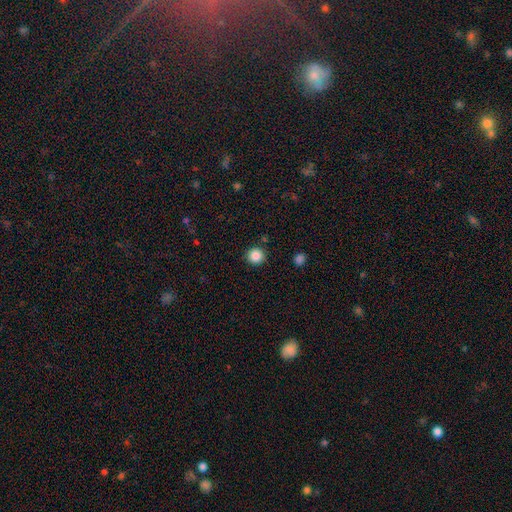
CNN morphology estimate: type=smooth (86%); roundness=round (93%); merging=none (89%).